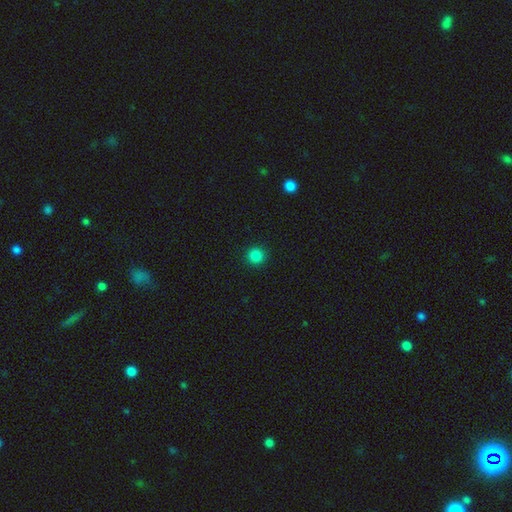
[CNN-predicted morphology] A smooth galaxy with no disk features (84%) that is round (94%). Merging: none (92%).